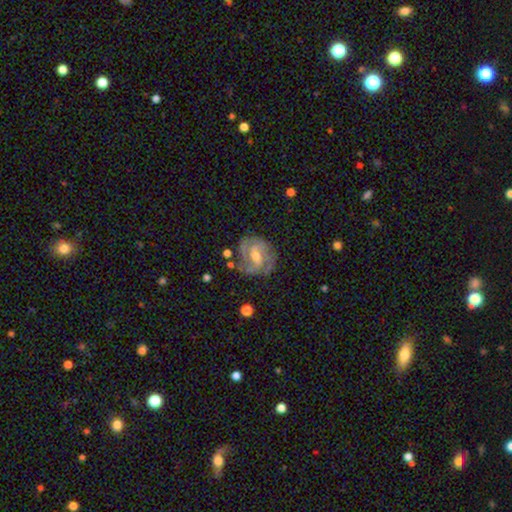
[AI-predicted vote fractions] featured or disk 80%, smooth 13%, star or artifact 6%. Down the decision tree: edge-on disk — no (97%); bar — weak (53%); spiral arms — yes (91%); spiral arm count — 2 (42%); spiral winding — medium (45%); bulge size — moderate (58%); merging — none (67%).